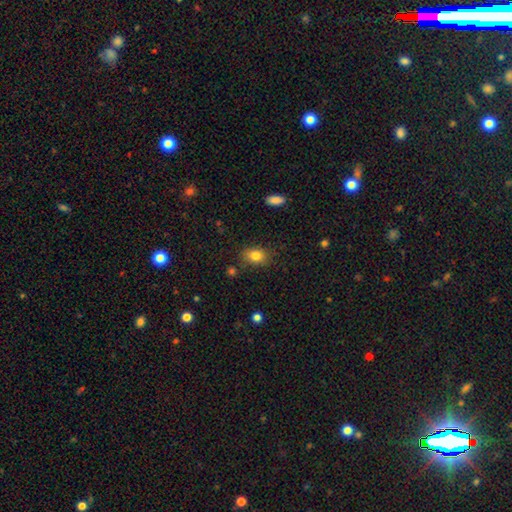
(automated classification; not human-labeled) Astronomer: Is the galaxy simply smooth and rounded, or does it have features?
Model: smooth — 82%.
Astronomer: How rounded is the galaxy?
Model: in between — 69%.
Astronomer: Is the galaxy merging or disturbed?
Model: none — 79%.